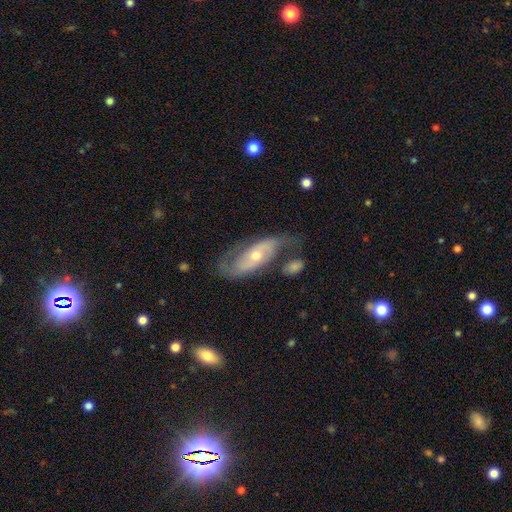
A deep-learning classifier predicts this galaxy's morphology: Smooth or featured: featured or disk — 78% (smooth — 16%)
Edge-on disk: no — 91% (yes — 9%)
Bar: no — 57% (weak — 27%)
Spiral arms: yes — 87% (no — 13%)
Spiral winding: loose — 42% (medium — 38%)
Spiral arm count: 2 — 84% (can't tell — 9%)
Bulge size: moderate — 49% (small — 47%)
Merging: none — 55% (minor disturbance — 21%)